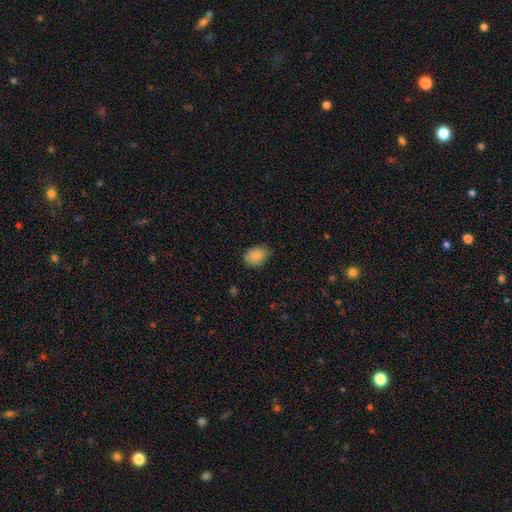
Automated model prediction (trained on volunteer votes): Overall: smooth (88%). How rounded: in between (75%). Merging: none (73%).